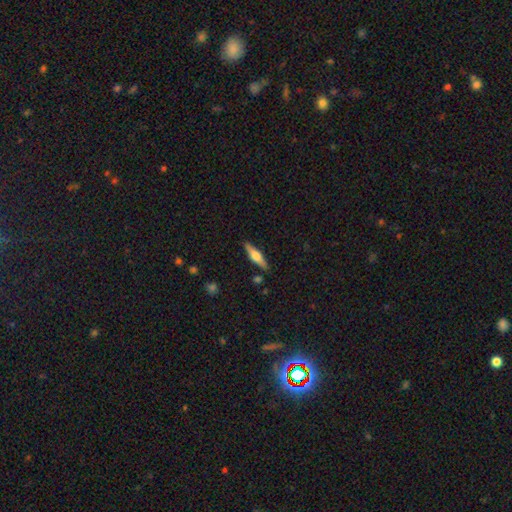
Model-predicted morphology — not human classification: Smooth or featured? featured or disk (56%)
Edge-on disk? yes (96%)
Edge-on bulge? rounded (88%)
Merging? none (88%)